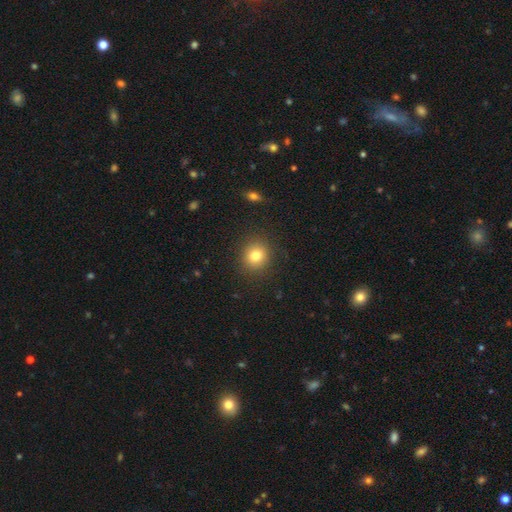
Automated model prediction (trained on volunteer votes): Smooth or featured? Predicted: smooth (p=0.80). How rounded? Predicted: round (p=0.84). Merging? Predicted: none (p=0.89).